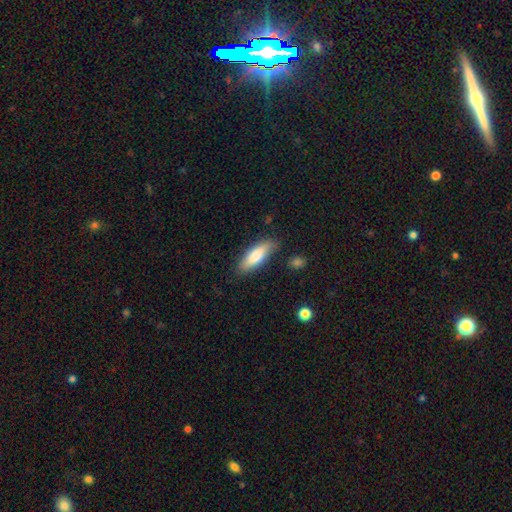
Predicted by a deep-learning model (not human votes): smooth_or_featured: smooth (p=0.76) [alt: featured or disk p=0.18]
how_rounded: in between (p=0.52) [alt: cigar-shaped p=0.46]
merging: none (p=0.83) [alt: minor disturbance p=0.13]